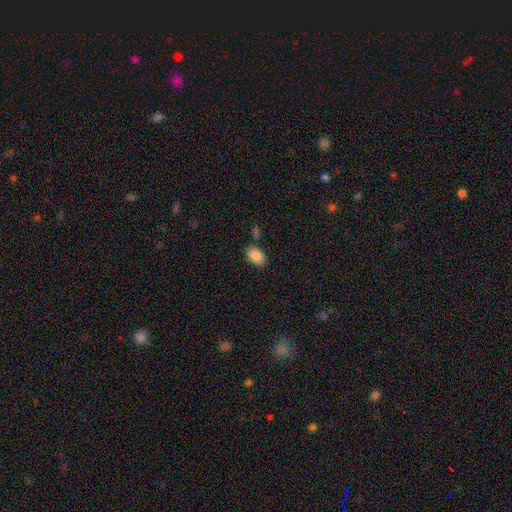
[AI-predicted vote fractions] A smooth galaxy with no disk features (88%) that is in between round and cigar-shaped (91%). Merging: none (78%).